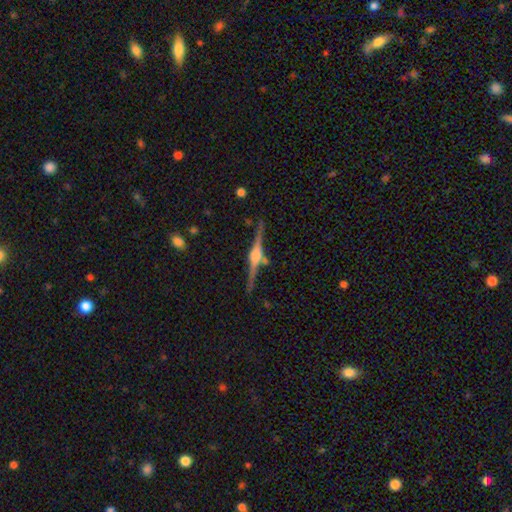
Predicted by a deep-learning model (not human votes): Smooth or featured? Predicted: featured or disk (p=0.87). Edge-on disk? Predicted: yes (p=0.98). Edge-on bulge? Predicted: rounded (p=0.88). Merging? Predicted: none (p=0.85).